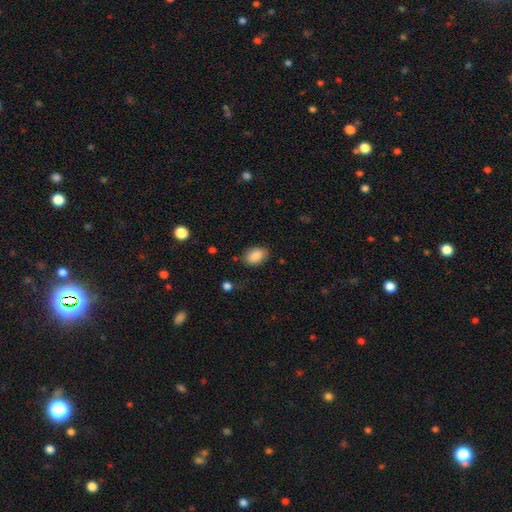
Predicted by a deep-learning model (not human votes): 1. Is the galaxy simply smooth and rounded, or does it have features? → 85% smooth, 8% star or artifact, 7% featured or disk.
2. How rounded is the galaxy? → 80% in between, 19% round, 1% cigar-shaped.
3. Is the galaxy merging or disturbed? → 77% none, 17% minor disturbance, 4% major disturbance, 2% merger.